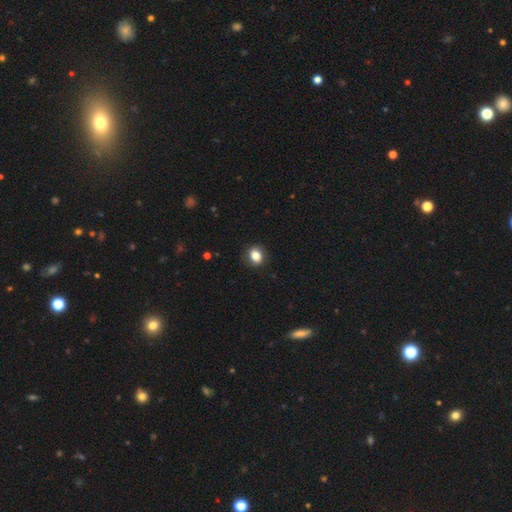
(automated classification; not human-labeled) smooth-or-featured: smooth: 83% | star or artifact: 9% | featured or disk: 8%
  how-rounded: round: 53% | in between: 46% | cigar-shaped: 1%
  merging: none: 87% | minor disturbance: 10% | major disturbance: 2% | merger: 1%